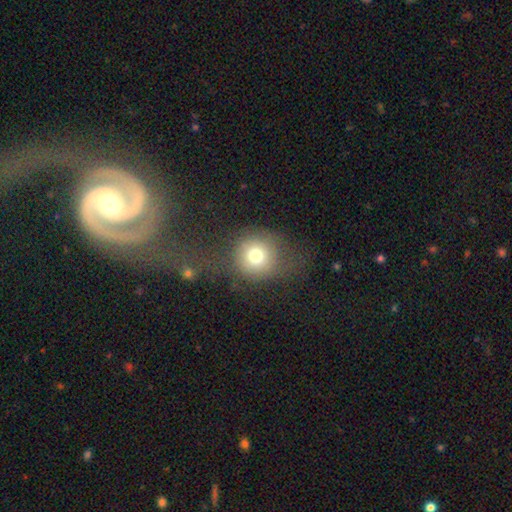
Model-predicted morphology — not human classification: Smooth or featured? Predicted: smooth (p=0.74). How rounded? Predicted: round (p=0.90). Merging? Predicted: none (p=0.60).